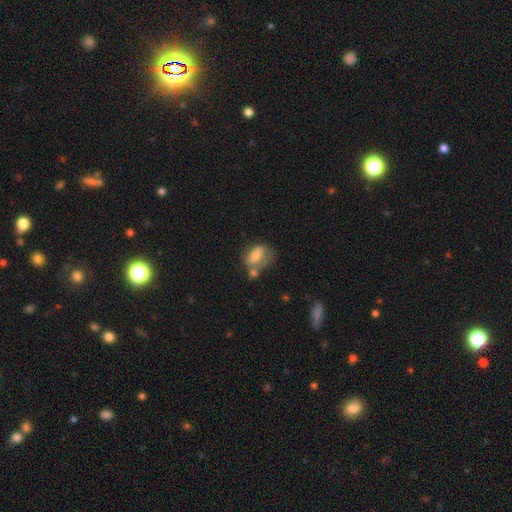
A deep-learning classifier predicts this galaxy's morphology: The model was most divided on "merging": none: 32%, merger: 31%, minor disturbance: 23%, major disturbance: 14%. More confident: how rounded — in between (82%); smooth or featured — smooth (61%).